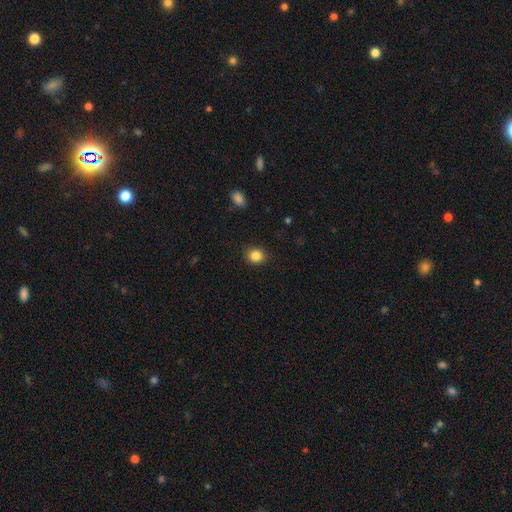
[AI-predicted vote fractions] smooth 85%, star or artifact 11%, featured or disk 5%. Down the decision tree: how rounded — round (78%); merging — none (89%).